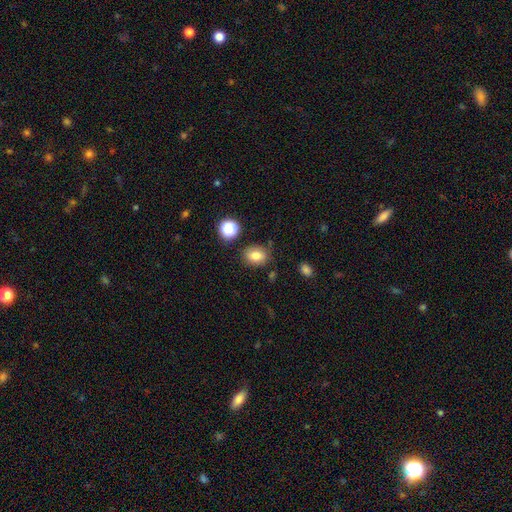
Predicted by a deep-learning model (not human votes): A smooth galaxy with no disk features (78%) that is in between round and cigar-shaped (59%).

Vote fractions:
- Smooth or featured? smooth: 78% / star or artifact: 12% / featured or disk: 10%
- How rounded? in between: 59% / round: 40% / cigar-shaped: 1%
- Merging? none: 80% / minor disturbance: 13% / merger: 4% / major disturbance: 3%